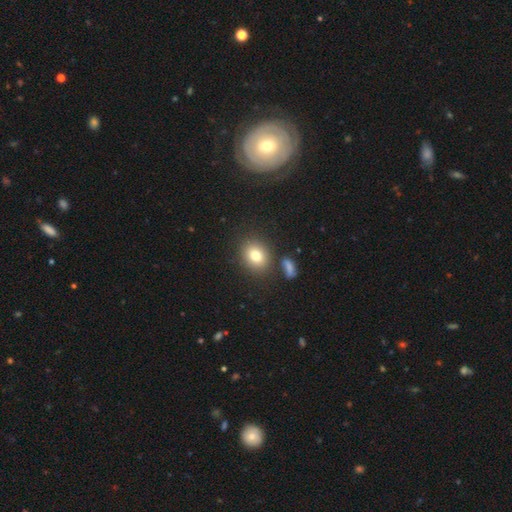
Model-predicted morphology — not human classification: Smooth or featured? Predicted: smooth (p=0.78). How rounded? Predicted: round (p=0.57). Merging? Predicted: none (p=0.79).